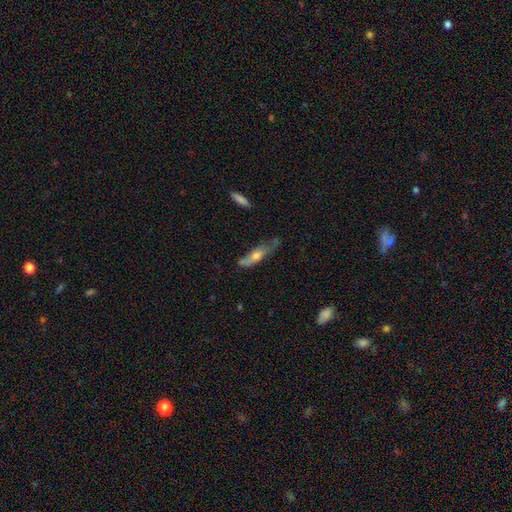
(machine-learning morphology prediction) smooth-or-featured: smooth: 49% | featured or disk: 43% | star or artifact: 7%
  merging: none: 50% | minor disturbance: 32% | major disturbance: 13% | merger: 6%